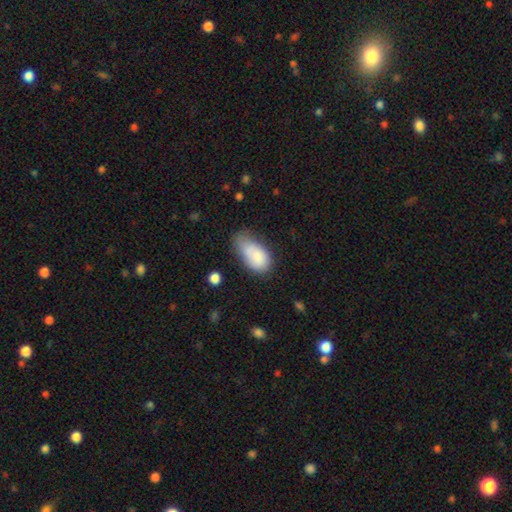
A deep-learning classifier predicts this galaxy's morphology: Q: Smooth or featured?
A: smooth (80%); runner-up: featured or disk (12%)
Q: How rounded?
A: in between (92%); runner-up: round (5%)
Q: Merging?
A: minor disturbance (38%); runner-up: none (33%)